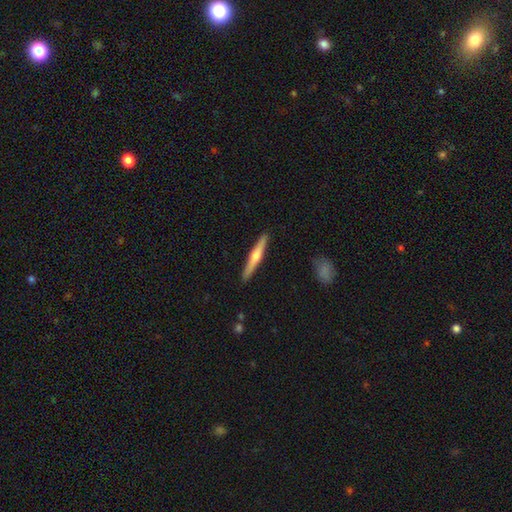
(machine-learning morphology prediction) A featured or disk galaxy (59%) viewed edge-on (98%) with a rounded central bulge (87%). Merging: none (91%).